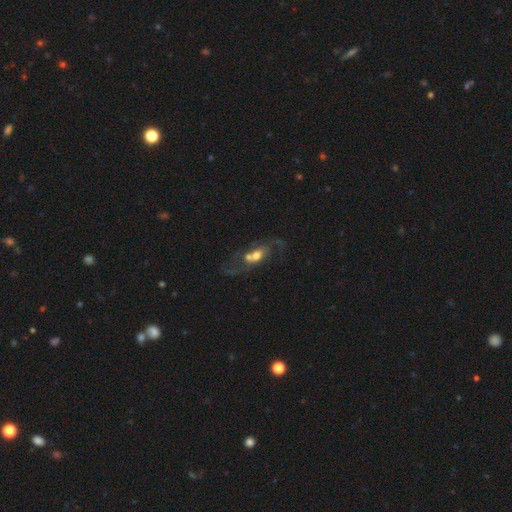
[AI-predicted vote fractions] Smooth or featured?
  - featured or disk: 62% *
  - smooth: 28%
  - star or artifact: 9%
Edge-on disk?
  - no: 92% *
  - yes: 8%
Bar?
  - no: 65% *
  - weak: 27%
  - strong: 8%
Spiral arms?
  - yes: 74% *
  - no: 26%
Bulge size?
  - moderate: 55% *
  - large: 26%
  - small: 13%
  - dominant: 4%
  - none: 4%
Merging?
  - merger: 45% *
  - none: 27%
  - major disturbance: 16%
  - minor disturbance: 12%